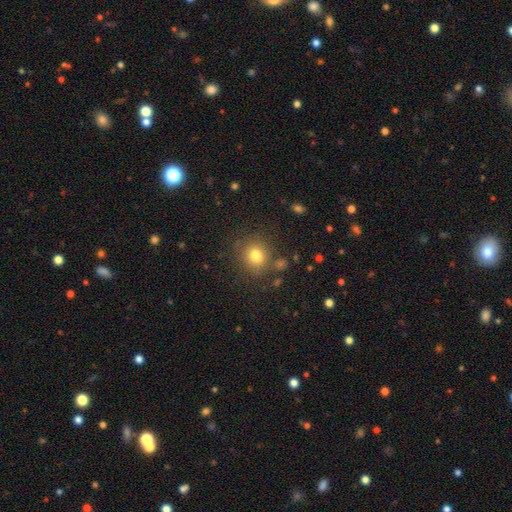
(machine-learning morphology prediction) Overall: smooth (78%). How rounded: round (86%). Merging: none (81%).